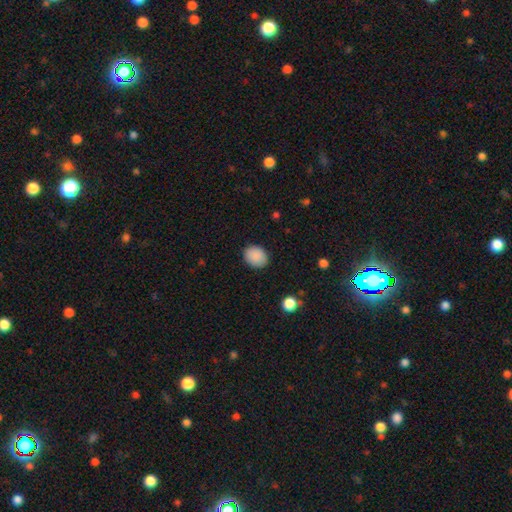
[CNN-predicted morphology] This is clearly a smooth galaxy (89%). How rounded: possibly in between (51%). Merging: clearly none (87%).